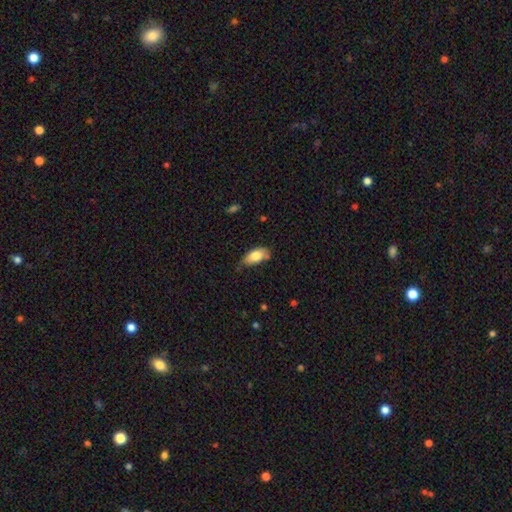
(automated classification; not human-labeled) Morphology: type=smooth (80%); roundness=in between (91%); merging=none (68%).